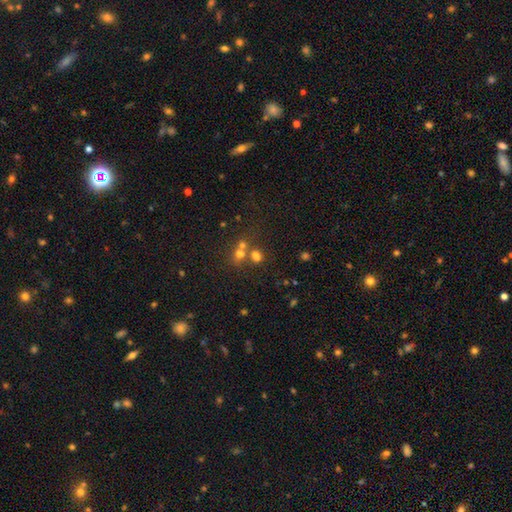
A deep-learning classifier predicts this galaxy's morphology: Smooth or featured?
  - smooth: 63% *
  - star or artifact: 23%
  - featured or disk: 14%
How rounded?
  - round: 68% *
  - in between: 31%
  - cigar-shaped: 1%
Merging?
  - merger: 46% *
  - none: 42%
  - minor disturbance: 8%
  - major disturbance: 4%